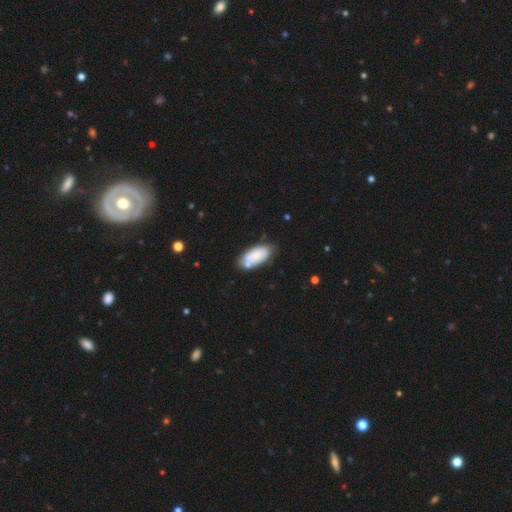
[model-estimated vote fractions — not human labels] Morphology: type=smooth (72%); roundness=in between (89%); merging=none (62%).